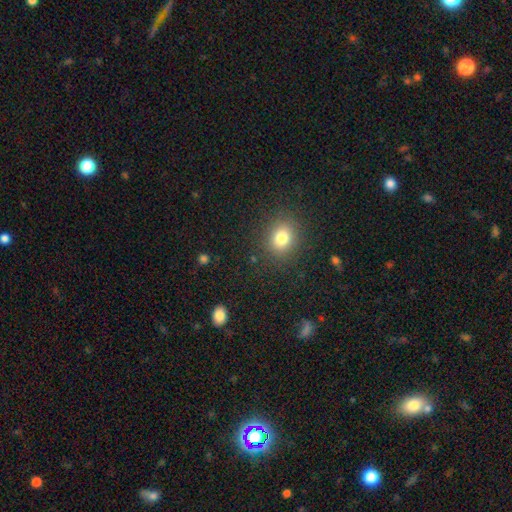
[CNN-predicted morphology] Smooth or featured?
  - smooth: 71% *
  - star or artifact: 23%
  - featured or disk: 6%
How rounded?
  - round: 81% *
  - in between: 18%
  - cigar-shaped: 1%
Merging?
  - none: 92% *
  - minor disturbance: 5%
  - major disturbance: 2%
  - merger: 1%